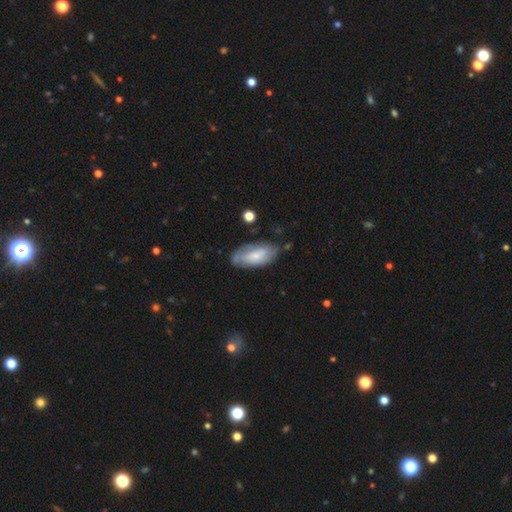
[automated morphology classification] Smooth or featured? Predicted: smooth (p=0.59). How rounded? Predicted: in between (p=0.87). Merging? Predicted: none (p=0.63).